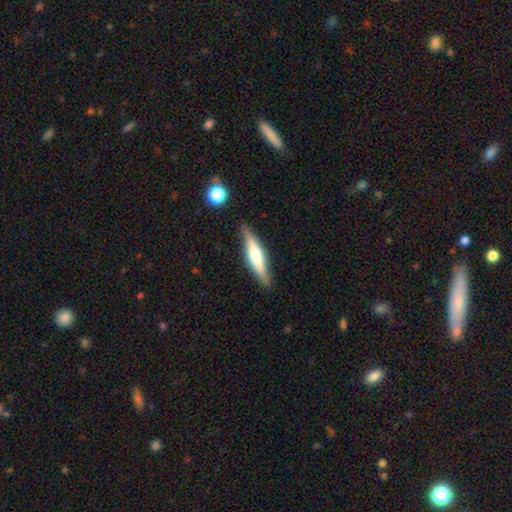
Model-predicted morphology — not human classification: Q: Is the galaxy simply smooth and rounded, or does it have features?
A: featured or disk — 51%.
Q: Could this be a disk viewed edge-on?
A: yes — 93%.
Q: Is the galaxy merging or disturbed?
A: none — 86%.